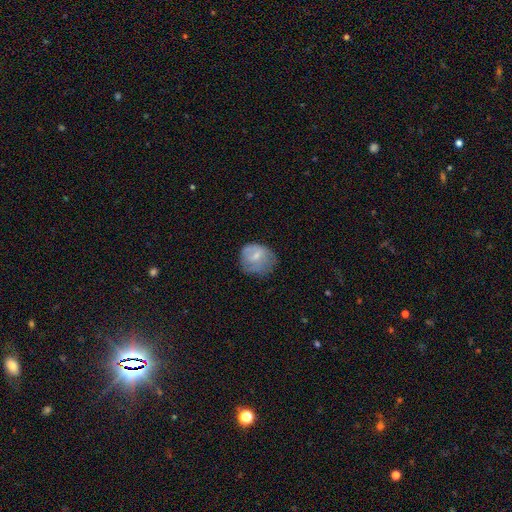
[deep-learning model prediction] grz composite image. It shows a smooth galaxy with no disk features (55%) that is round (66%). Merging: none (43%).